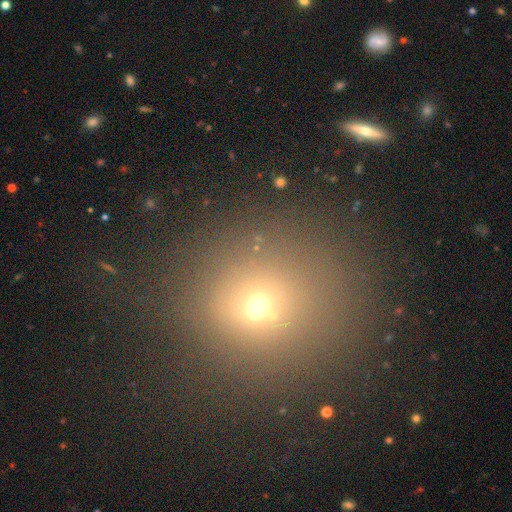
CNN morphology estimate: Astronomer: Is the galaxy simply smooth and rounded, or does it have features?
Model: smooth — 60%.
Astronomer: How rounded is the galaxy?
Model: round — 86%.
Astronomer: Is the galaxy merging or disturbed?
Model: none — 80%.